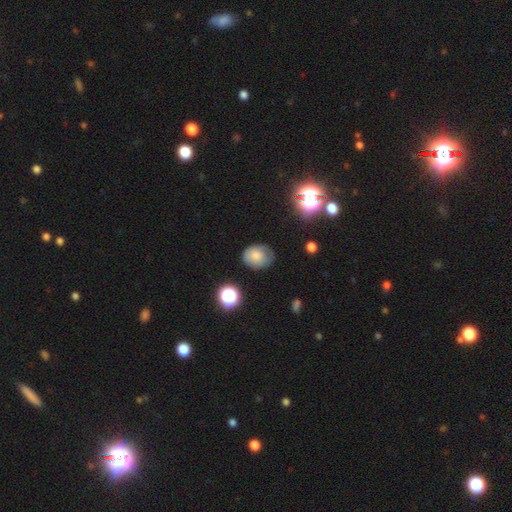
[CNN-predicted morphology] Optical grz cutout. It shows a smooth galaxy with no disk features (74%) that is in between round and cigar-shaped (50%). Merging: none (66%).